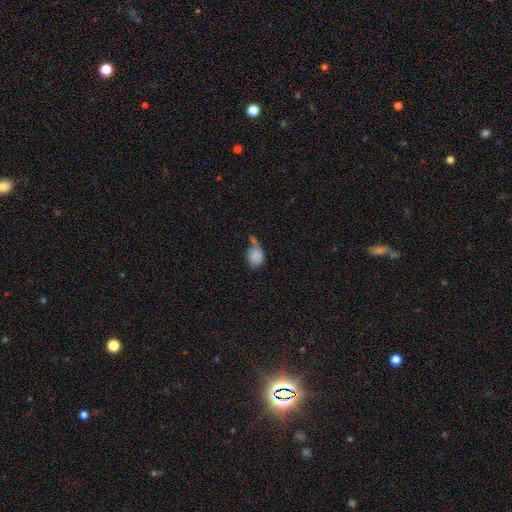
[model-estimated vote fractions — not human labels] Morphology: type=smooth (80%); roundness=in between (63%); merging=none (31%).